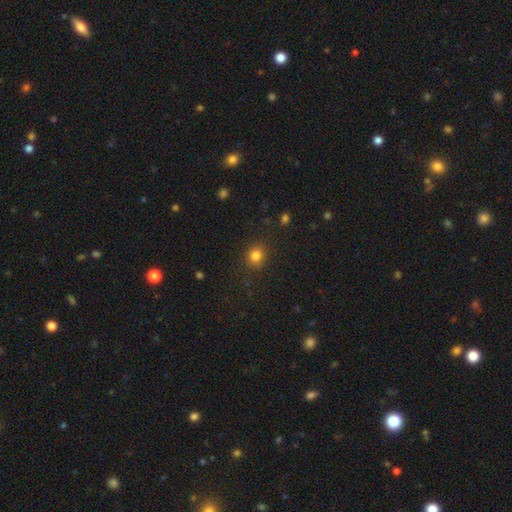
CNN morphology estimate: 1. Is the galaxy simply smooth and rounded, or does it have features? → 82% smooth, 13% star or artifact, 5% featured or disk.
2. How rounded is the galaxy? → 80% round, 19% in between, 1% cigar-shaped.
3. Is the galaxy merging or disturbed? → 87% none, 9% minor disturbance, 3% major disturbance, 1% merger.